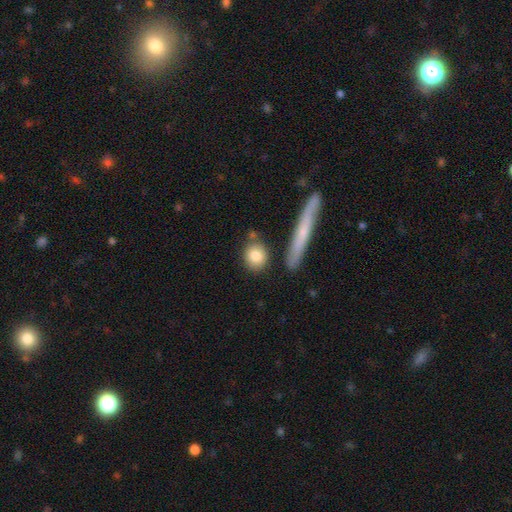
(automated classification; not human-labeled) This is clearly a smooth galaxy (81%). How rounded: likely round (66%). Merging: likely none (77%).